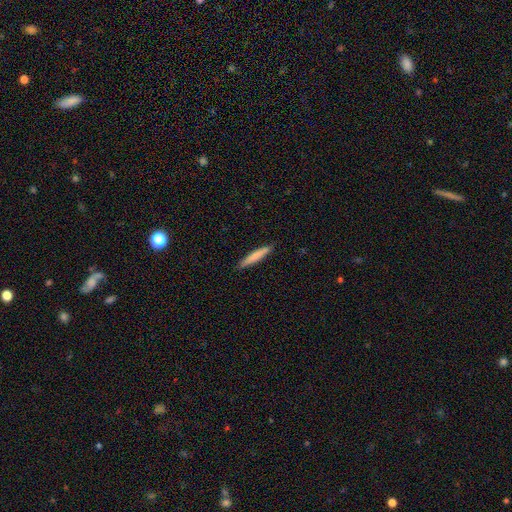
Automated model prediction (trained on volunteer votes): Smooth or featured? Predicted: smooth (p=0.77). How rounded? Predicted: cigar-shaped (p=0.94). Merging? Predicted: none (p=0.89).